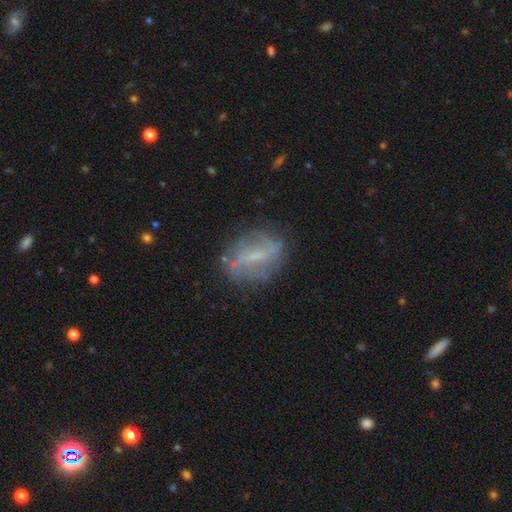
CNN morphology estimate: Smooth or featured?
  - featured or disk: 69% *
  - smooth: 22%
  - star or artifact: 9%
Edge-on disk?
  - no: 93% *
  - yes: 7%
Bar?
  - weak: 47% *
  - strong: 35%
  - no: 19%
Spiral arms?
  - yes: 71% *
  - no: 29%
Bulge size?
  - small: 51% *
  - none: 29%
  - moderate: 18%
  - large: 2%
  - dominant: 1%
Merging?
  - none: 72% *
  - minor disturbance: 17%
  - major disturbance: 8%
  - merger: 2%